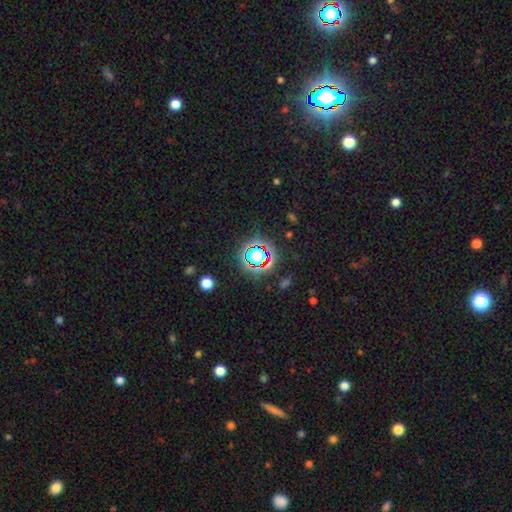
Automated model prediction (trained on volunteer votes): star or artifact 64%, smooth 24%, featured or disk 11%.